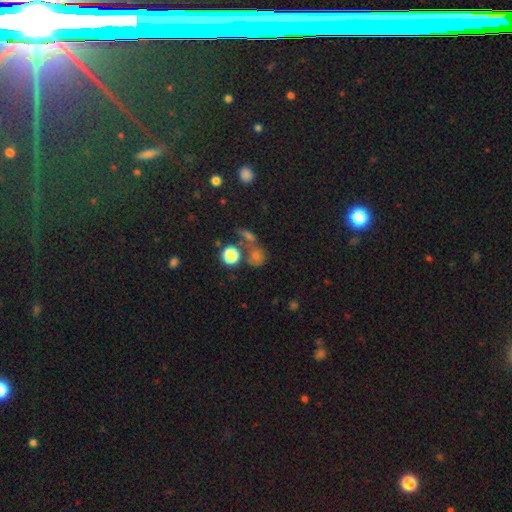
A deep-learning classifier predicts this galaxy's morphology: type=smooth (56%); roundness=round (77%); merging=none (53%).